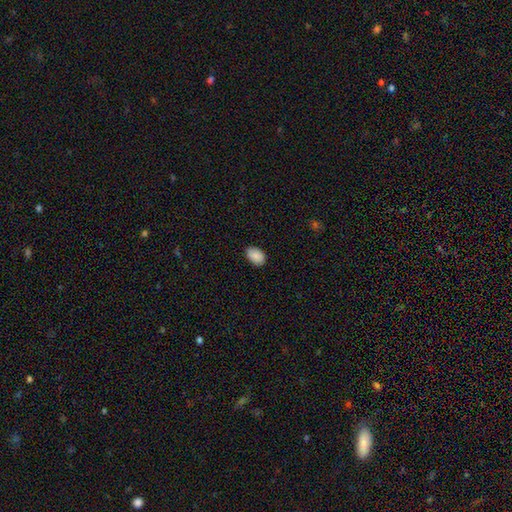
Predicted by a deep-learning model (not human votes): A smooth galaxy with no disk features (90%) that is in between round and cigar-shaped (87%). Merging: none (85%).